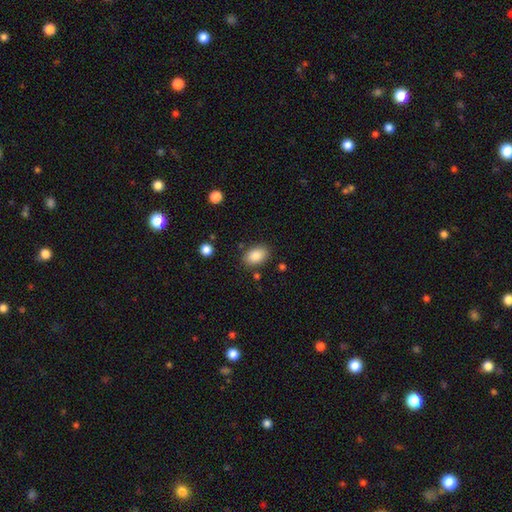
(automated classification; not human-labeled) Smooth or featured? smooth (86%)
How rounded? in between (88%)
Merging? none (83%)